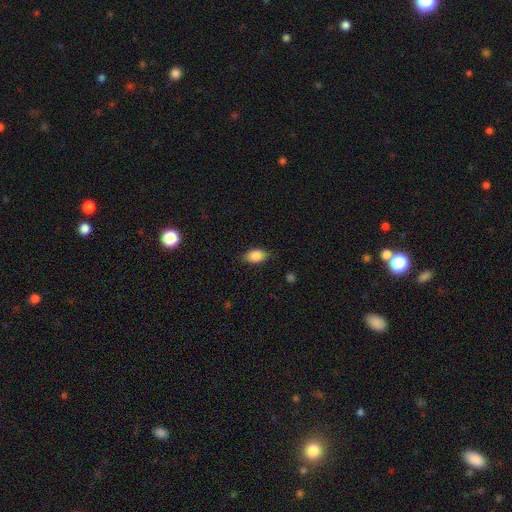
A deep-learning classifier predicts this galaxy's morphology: A smooth galaxy with no disk features (86%) that is in between round and cigar-shaped (87%). Merging: none (79%).